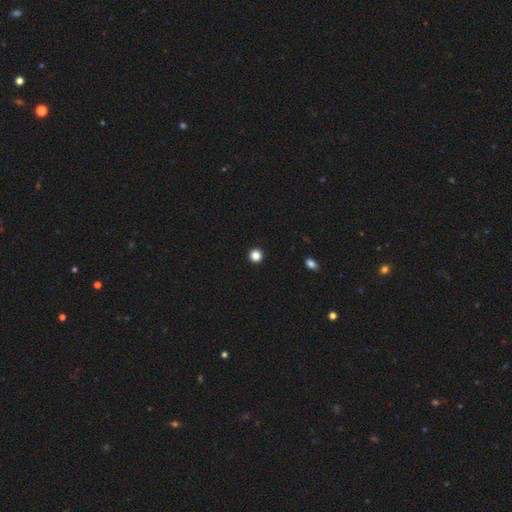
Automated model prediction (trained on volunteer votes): Morphology: type=smooth (85%); roundness=round (96%); merging=none (94%).